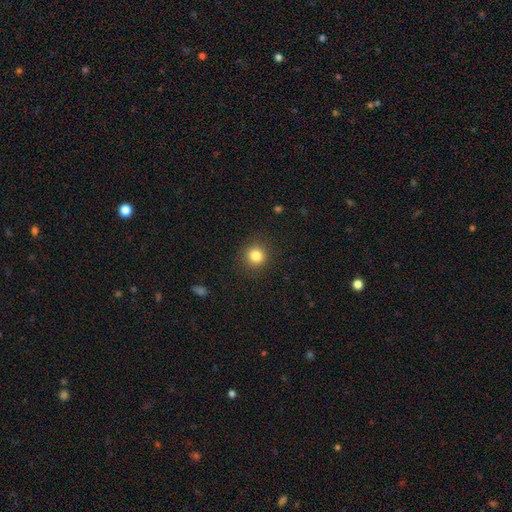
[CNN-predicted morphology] smooth-or-featured: smooth: 83% | star or artifact: 11% | featured or disk: 6%
  how-rounded: round: 92% | in between: 7% | cigar-shaped: 1%
  merging: none: 89% | minor disturbance: 7% | major disturbance: 3% | merger: 1%